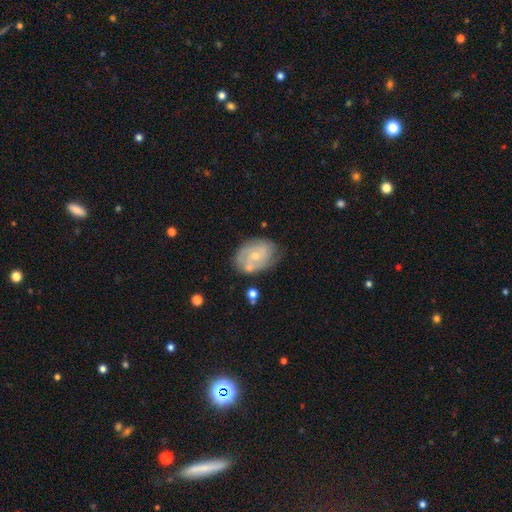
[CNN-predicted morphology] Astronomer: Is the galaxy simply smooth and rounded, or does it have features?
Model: featured or disk — 63%.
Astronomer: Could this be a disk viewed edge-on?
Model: no — 97%.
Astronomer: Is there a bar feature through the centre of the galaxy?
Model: no — 74%.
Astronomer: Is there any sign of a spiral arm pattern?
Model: yes — 75%.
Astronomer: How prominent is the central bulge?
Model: small — 64%.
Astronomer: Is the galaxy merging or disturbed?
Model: none — 59%.